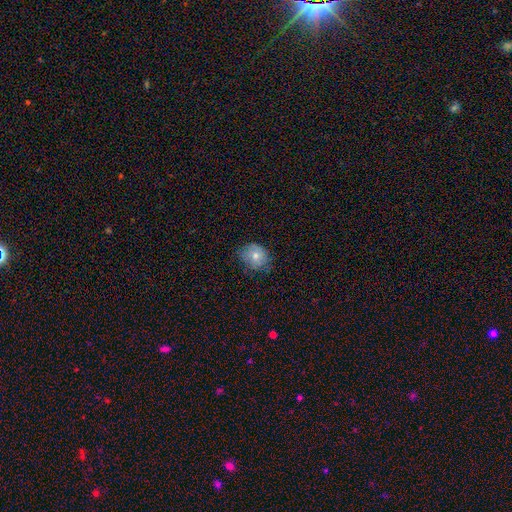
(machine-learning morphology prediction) A smooth galaxy with no disk features (61%) that is round (67%).

Vote fractions:
- Smooth or featured? smooth: 61% / featured or disk: 28% / star or artifact: 12%
- How rounded? round: 67% / in between: 32% / cigar-shaped: 1%
- Merging? none: 69% / minor disturbance: 24% / major disturbance: 6% / merger: 1%